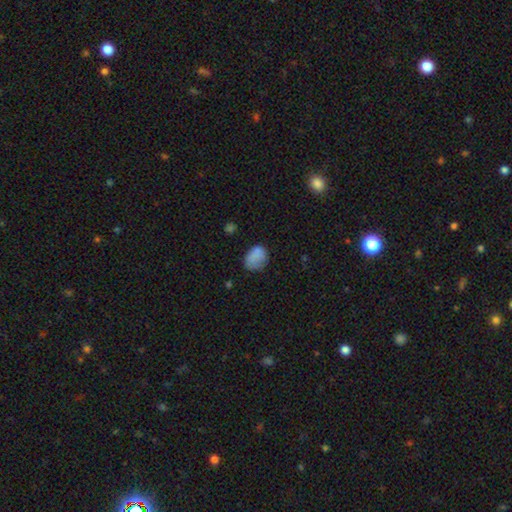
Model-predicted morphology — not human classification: Smooth or featured? Predicted: smooth (p=0.80). How rounded? Predicted: in between (p=0.62). Merging? Predicted: none (p=0.52).